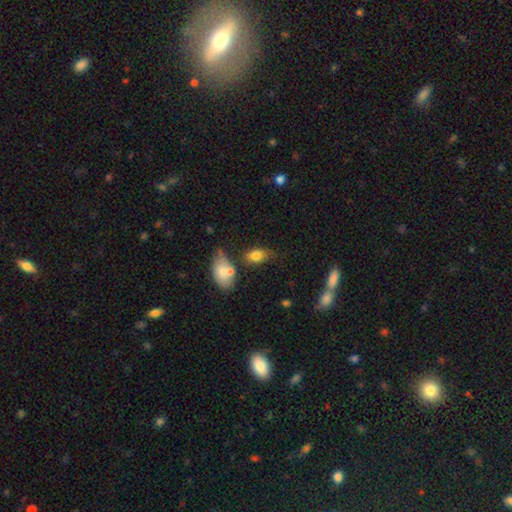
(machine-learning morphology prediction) This is likely a smooth galaxy (79%). How rounded: clearly in between (85%). Merging: possibly none (57%).